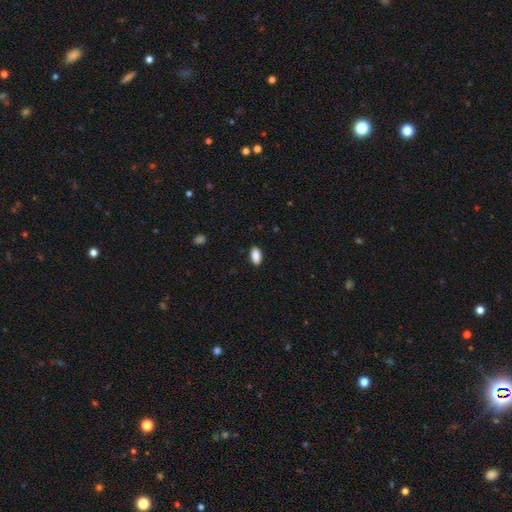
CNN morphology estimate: Q: Smooth or featured?
A: smooth (88%); runner-up: star or artifact (7%)
Q: How rounded?
A: in between (92%); runner-up: cigar-shaped (5%)
Q: Merging?
A: none (88%); runner-up: minor disturbance (9%)